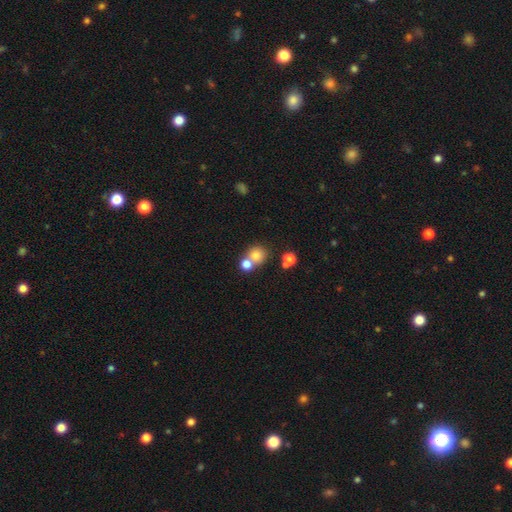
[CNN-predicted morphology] A smooth galaxy with no disk features (76%) that is round (84%). Merging: none (48%).